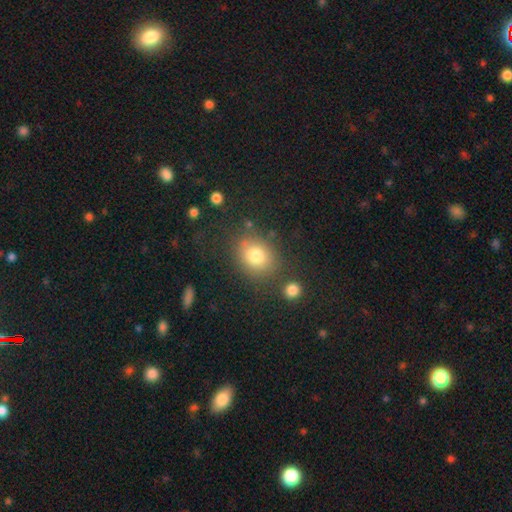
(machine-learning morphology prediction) smooth_or_featured: smooth (p=0.78) [alt: star or artifact p=0.12]
how_rounded: round (p=0.57) [alt: in between p=0.42]
merging: none (p=0.75) [alt: minor disturbance p=0.13]